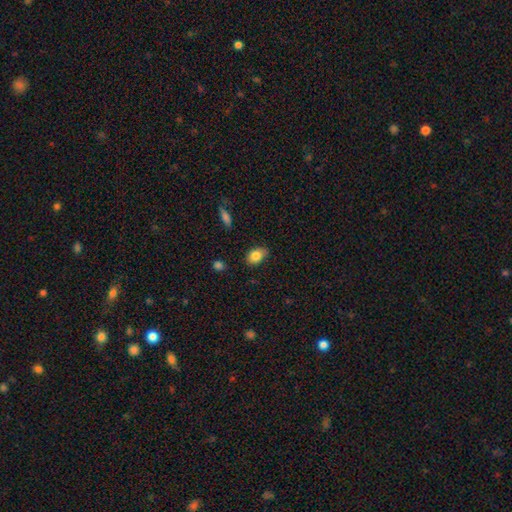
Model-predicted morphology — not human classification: Smooth or featured? smooth (84%)
How rounded? in between (82%)
Merging? none (75%)